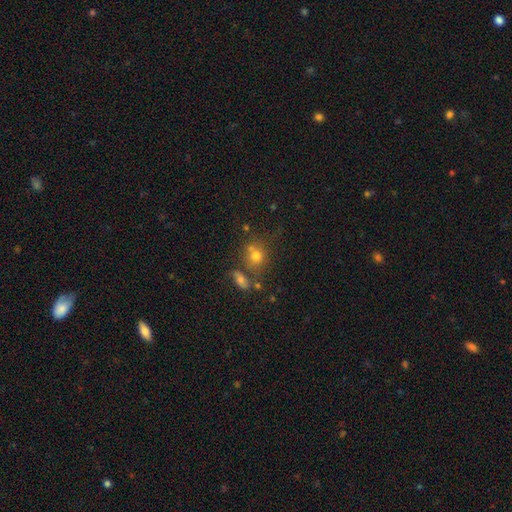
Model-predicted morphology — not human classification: smooth-or-featured: smooth: 71% | star or artifact: 15% | featured or disk: 14%
  how-rounded: round: 73% | in between: 25% | cigar-shaped: 2%
  merging: none: 52% | merger: 27% | minor disturbance: 14% | major disturbance: 7%